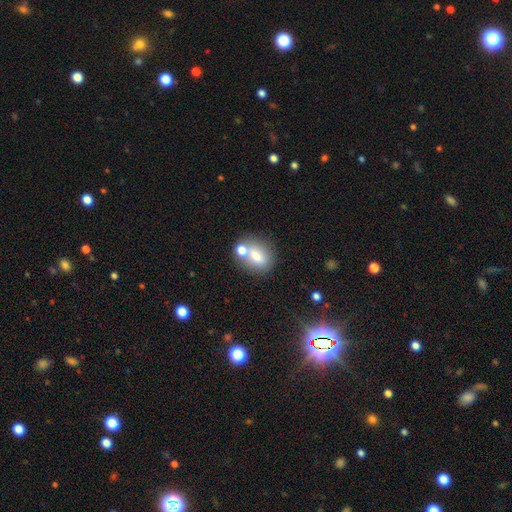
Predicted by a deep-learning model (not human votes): A smooth galaxy with no disk features (74%) that is in between round and cigar-shaped (61%). Merging: none (55%).